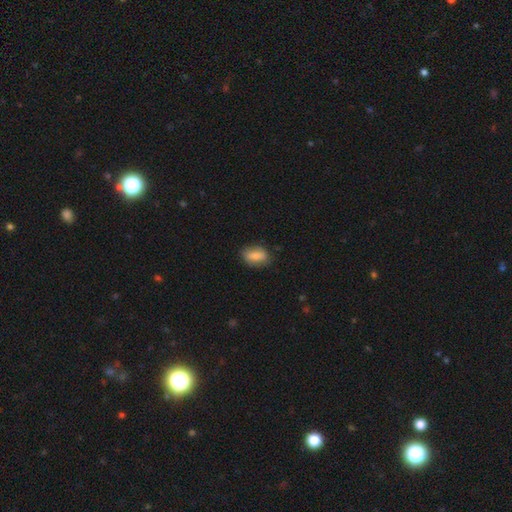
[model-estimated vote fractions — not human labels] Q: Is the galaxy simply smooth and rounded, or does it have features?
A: smooth — 78%.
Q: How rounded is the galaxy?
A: in between — 85%.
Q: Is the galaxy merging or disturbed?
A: none — 80%.